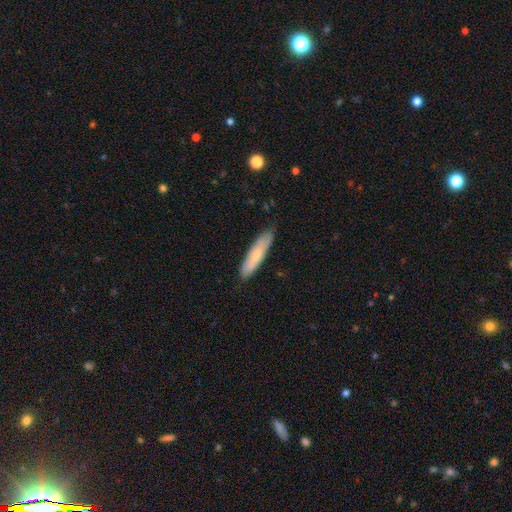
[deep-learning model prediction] Smooth or featured: smooth — 68% (featured or disk — 26%)
How rounded: cigar-shaped — 79% (in between — 19%)
Merging: none — 80% (minor disturbance — 16%)